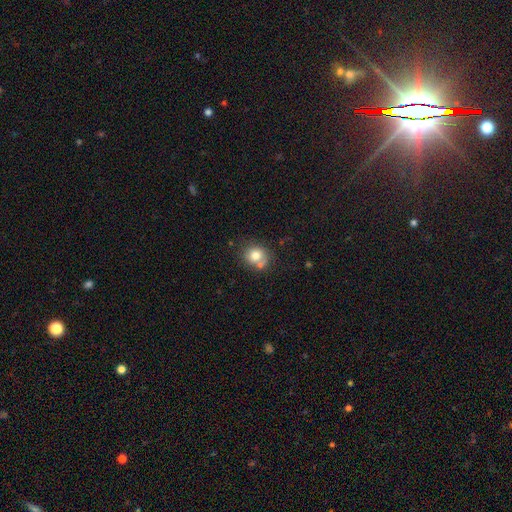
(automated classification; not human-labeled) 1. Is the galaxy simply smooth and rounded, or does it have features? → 75% smooth, 15% featured or disk, 10% star or artifact.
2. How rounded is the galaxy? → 76% round, 23% in between, 1% cigar-shaped.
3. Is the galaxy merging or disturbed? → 54% none, 25% merger, 16% minor disturbance, 5% major disturbance.